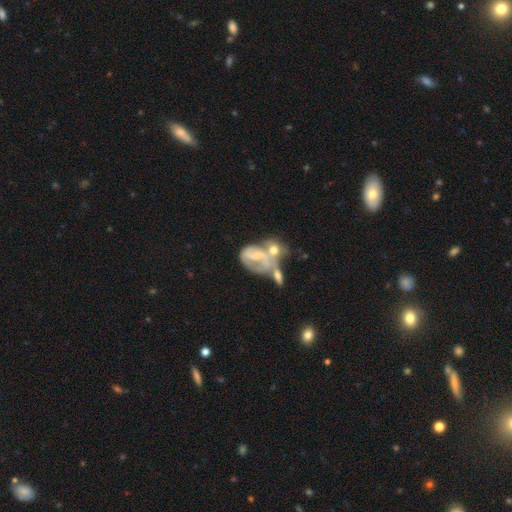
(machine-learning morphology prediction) type=featured or disk (61%); edge-on=no (97%); bar=no (59%); spiral arms=yes (56%); bulge=none (39%); merging=merger (49%).